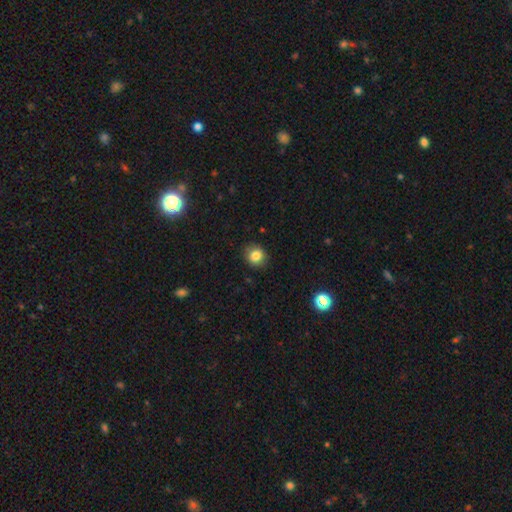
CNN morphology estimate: This is clearly a smooth galaxy (84%). How rounded: clearly round (82%). Merging: clearly none (87%).